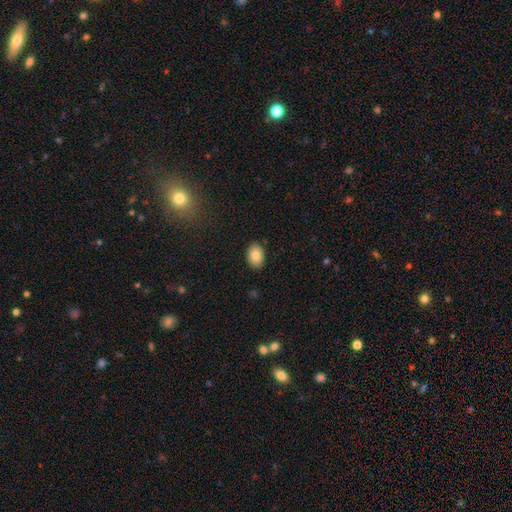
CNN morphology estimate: Smooth or featured?
  - smooth: 85% *
  - star or artifact: 8%
  - featured or disk: 7%
How rounded?
  - in between: 84% *
  - round: 15%
  - cigar-shaped: 1%
Merging?
  - none: 89% *
  - minor disturbance: 8%
  - major disturbance: 2%
  - merger: 1%